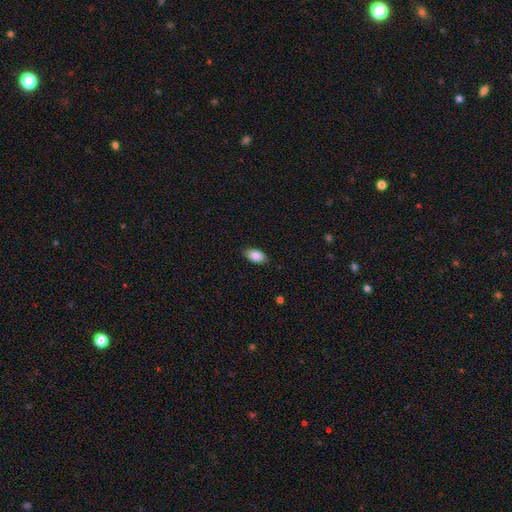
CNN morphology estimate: A smooth galaxy with no disk features (87%) that is in between round and cigar-shaped (93%). Merging: none (87%).